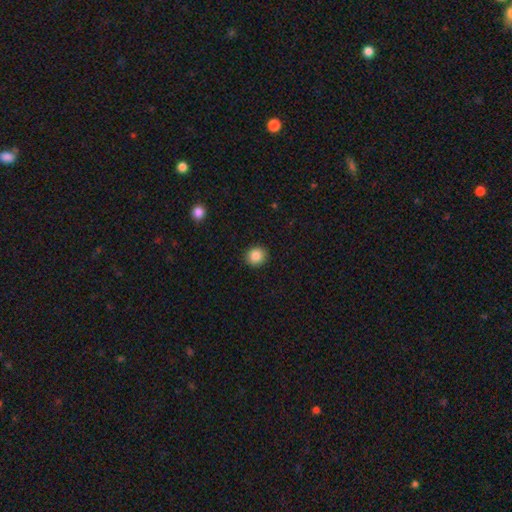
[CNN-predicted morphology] The model was most divided on "how rounded": round: 87%, in between: 12%, cigar-shaped: 1%. More confident: merging — none (92%); smooth or featured — smooth (86%).